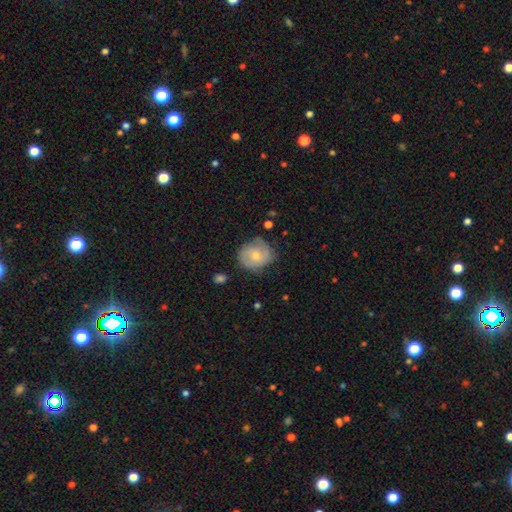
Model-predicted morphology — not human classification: Smooth or featured? Predicted: smooth (p=0.48). Merging? Predicted: none (p=0.64).